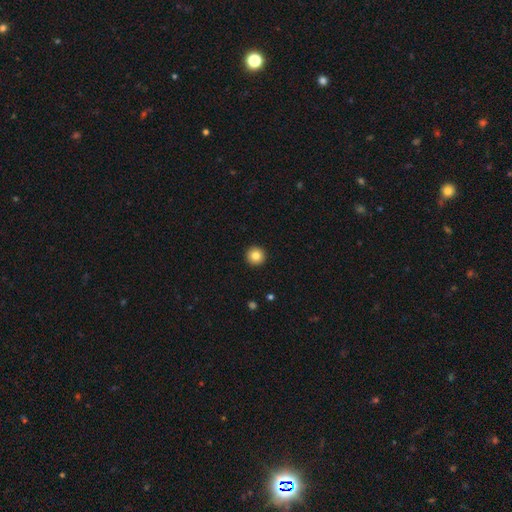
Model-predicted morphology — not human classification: smooth-or-featured: smooth: 83% | star or artifact: 10% | featured or disk: 7%
  how-rounded: round: 96% | in between: 3% | cigar-shaped: 1%
  merging: none: 94% | minor disturbance: 4% | major disturbance: 1% | merger: 1%